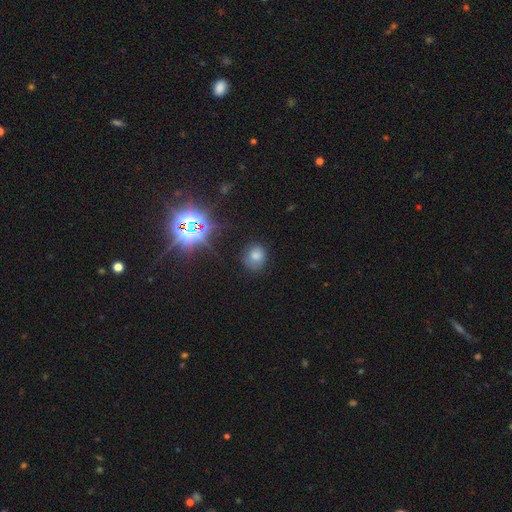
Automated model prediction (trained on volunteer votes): Smooth or featured? Predicted: smooth (p=0.58). How rounded? Predicted: round (p=0.69). Merging? Predicted: none (p=0.78).